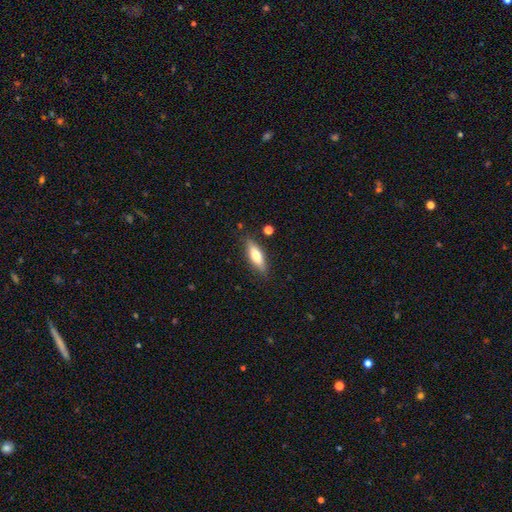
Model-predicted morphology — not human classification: Smooth or featured: smooth — 64% (featured or disk — 30%)
How rounded: in between — 52% (cigar-shaped — 45%)
Merging: none — 83% (minor disturbance — 12%)